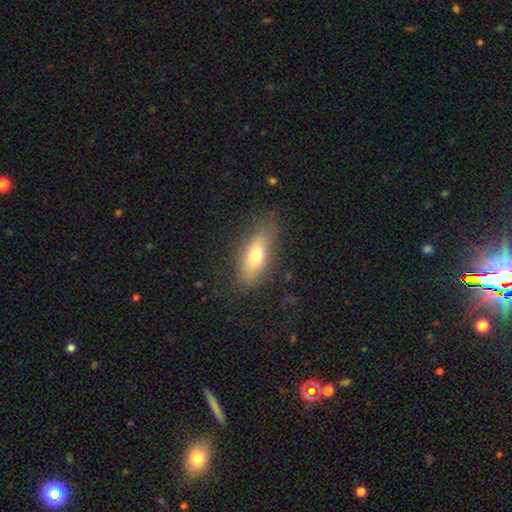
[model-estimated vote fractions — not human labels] smooth-or-featured: smooth: 71% | featured or disk: 22% | star or artifact: 7%
  how-rounded: in between: 69% | cigar-shaped: 28% | round: 3%
  merging: none: 77% | minor disturbance: 16% | major disturbance: 5% | merger: 1%